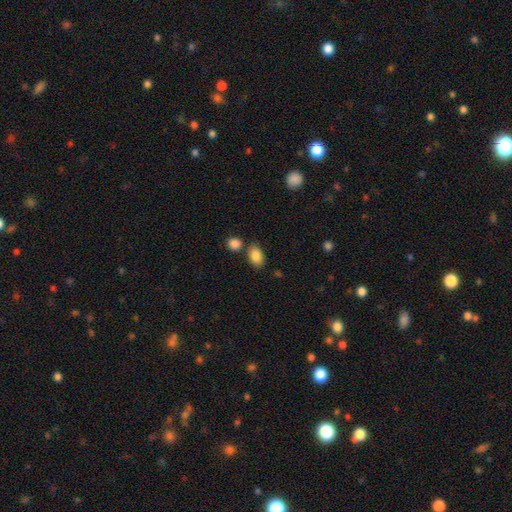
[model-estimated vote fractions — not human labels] Q: Smooth or featured?
A: smooth (86%); runner-up: star or artifact (8%)
Q: How rounded?
A: in between (86%); runner-up: round (13%)
Q: Merging?
A: none (71%); runner-up: merger (13%)